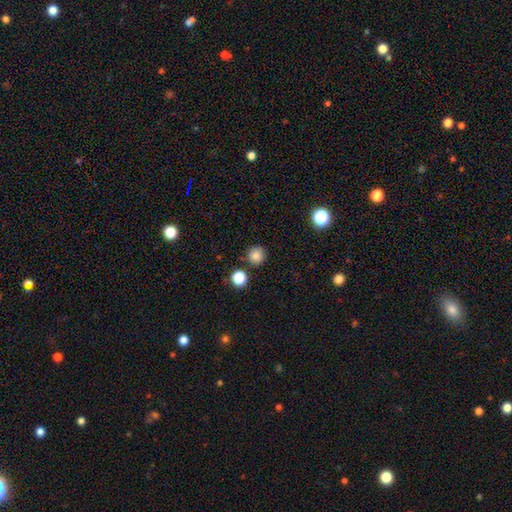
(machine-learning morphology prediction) This is clearly a smooth galaxy (84%). How rounded: clearly round (93%). Merging: clearly none (84%).